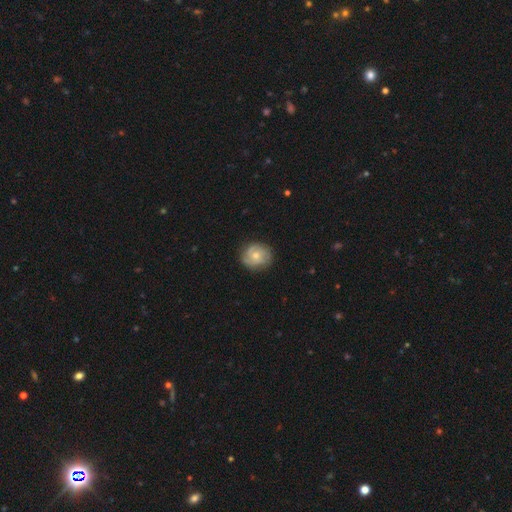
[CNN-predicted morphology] Q: Smooth or featured?
A: featured or disk (53%); runner-up: smooth (40%)
Q: Edge-on disk?
A: no (97%); runner-up: yes (3%)
Q: Bar?
A: no (79%); runner-up: weak (18%)
Q: Spiral arms?
A: yes (80%); runner-up: no (20%)
Q: Bulge size?
A: moderate (50%); runner-up: small (45%)
Q: Merging?
A: none (78%); runner-up: minor disturbance (17%)